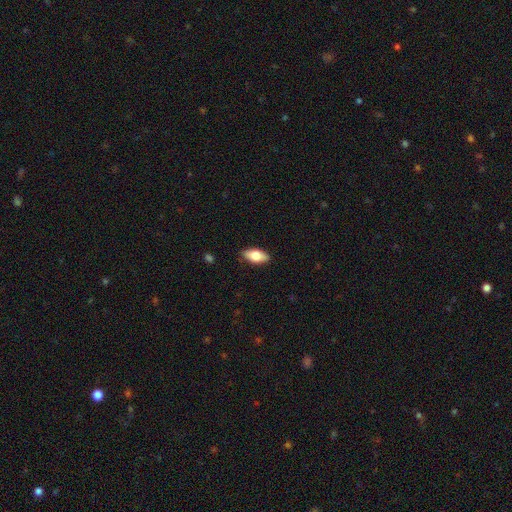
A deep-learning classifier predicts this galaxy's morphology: A smooth galaxy with no disk features (72%) that is in between round and cigar-shaped (86%). Merging: none (86%).